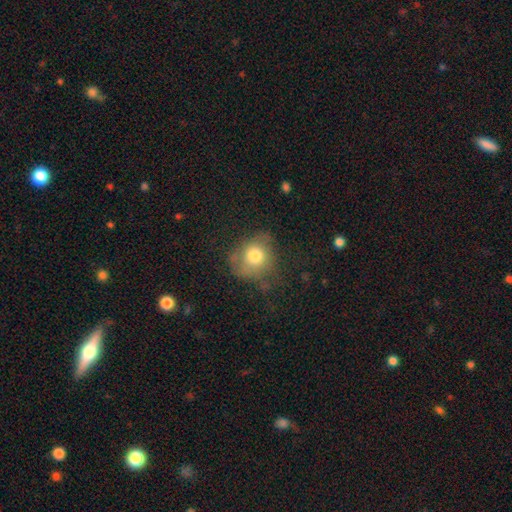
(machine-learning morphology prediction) Q: Smooth or featured?
A: smooth (73%); runner-up: featured or disk (16%)
Q: How rounded?
A: round (75%); runner-up: in between (24%)
Q: Merging?
A: none (56%); runner-up: minor disturbance (27%)